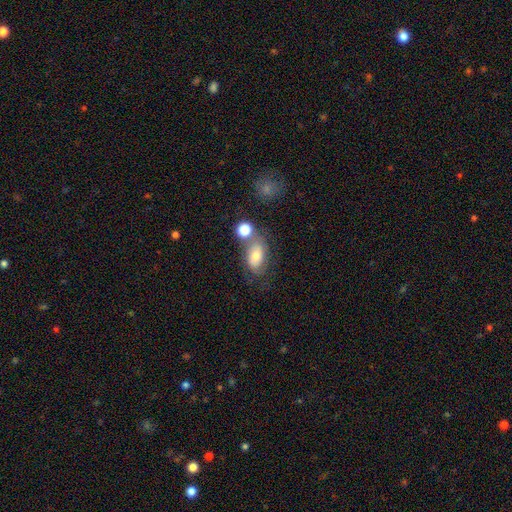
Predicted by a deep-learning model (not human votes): Smooth or featured? smooth (65%)
How rounded? in between (84%)
Merging? none (45%)